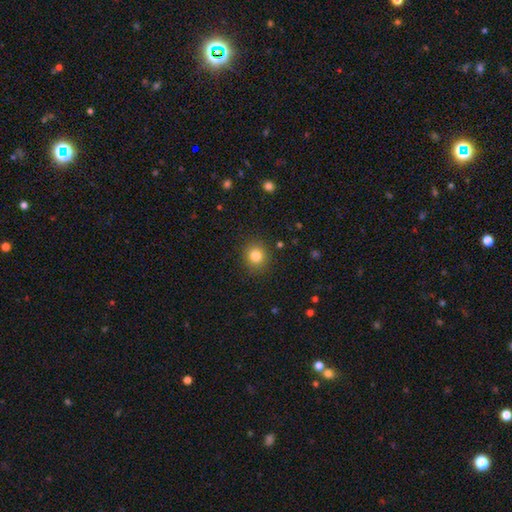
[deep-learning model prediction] A smooth galaxy with no disk features (83%) that is round (88%). Merging: none (89%).